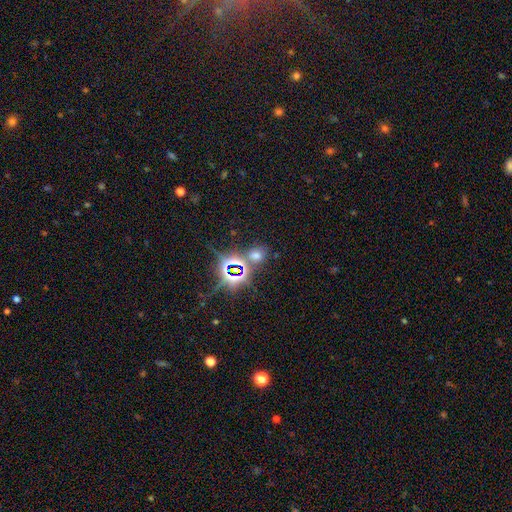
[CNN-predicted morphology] A star or artifact, not a galaxy (47%).